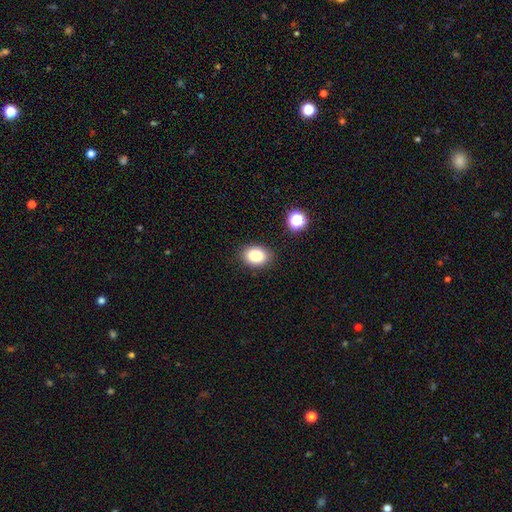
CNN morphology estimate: Overall: smooth (84%). How rounded: in between (68%; round 31%). Merging: none (86%).